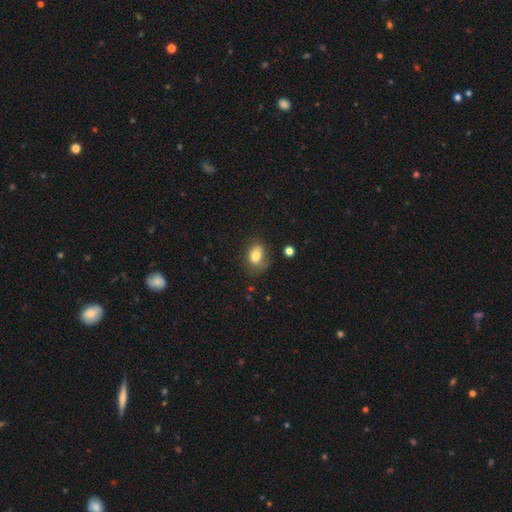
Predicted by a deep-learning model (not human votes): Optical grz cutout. It shows a smooth galaxy with no disk features (81%) that is in between round and cigar-shaped (72%). Merging: none (55%).